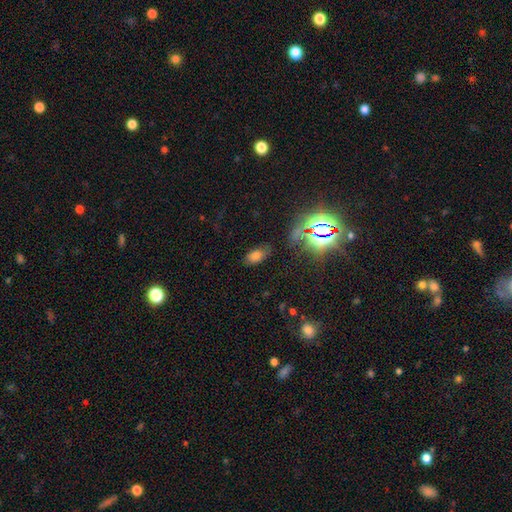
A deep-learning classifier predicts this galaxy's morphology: Smooth or featured: smooth — 60% (star or artifact — 30%)
How rounded: in between — 90% (round — 7%)
Merging: none — 79% (minor disturbance — 14%)